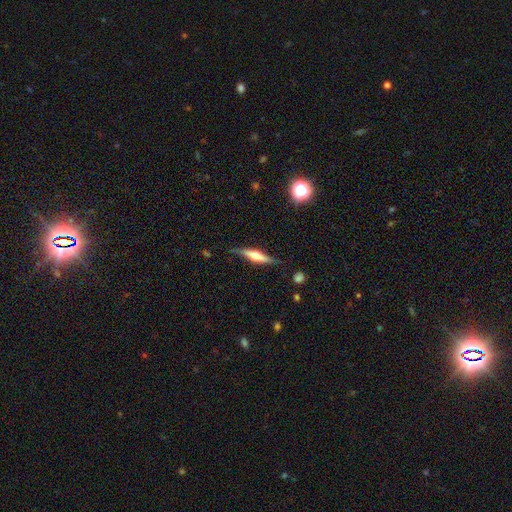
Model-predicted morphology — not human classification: Overall: featured or disk (64%; smooth 29%). Edge-on disk: yes (95%). Edge-on bulge: rounded (80%). Merging: none (78%).